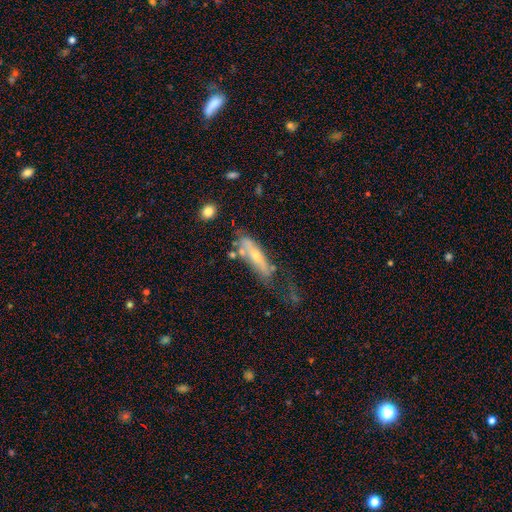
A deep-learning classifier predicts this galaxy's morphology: A featured or disk galaxy (52%) viewed edge-on (55%). Merging: none (40%).